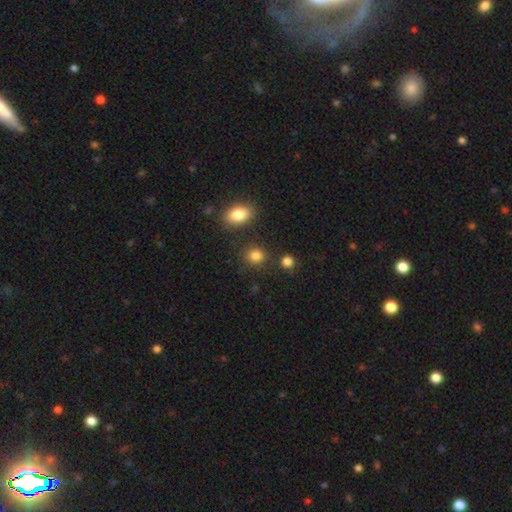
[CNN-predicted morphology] type=smooth (84%); roundness=round (76%); merging=none (82%).